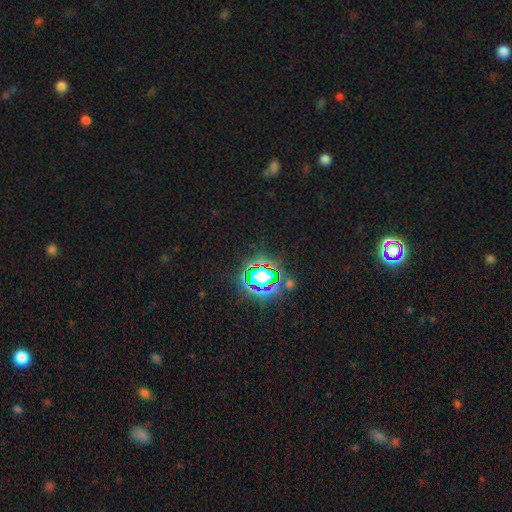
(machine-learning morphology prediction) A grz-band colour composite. It shows a star or artifact, not a galaxy (80%).